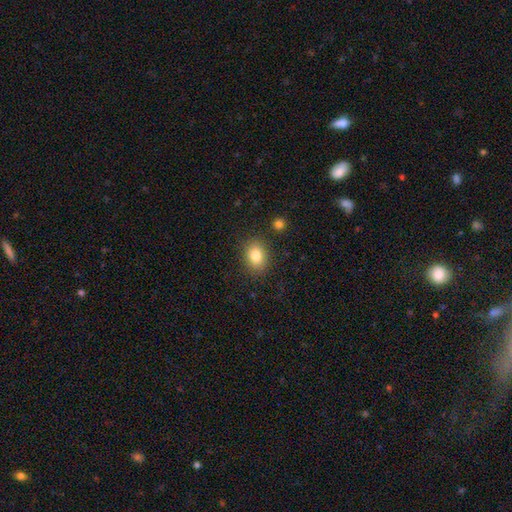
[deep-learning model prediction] smooth-or-featured: smooth: 83% | star or artifact: 9% | featured or disk: 8%
  how-rounded: in between: 62% | round: 37% | cigar-shaped: 1%
  merging: none: 85% | minor disturbance: 9% | major disturbance: 3% | merger: 3%